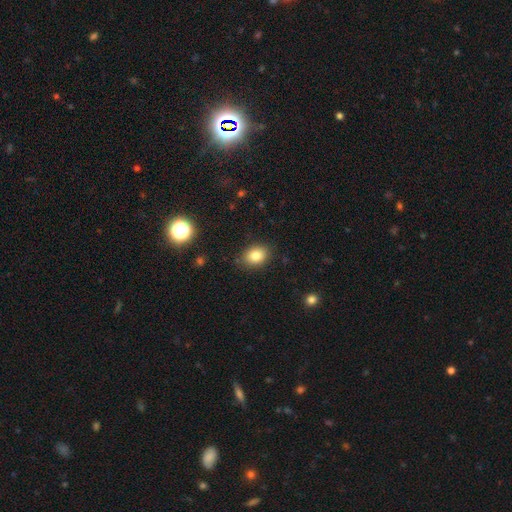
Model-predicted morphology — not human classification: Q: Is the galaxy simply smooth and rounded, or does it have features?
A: smooth — 83%.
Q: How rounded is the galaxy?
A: in between — 65%.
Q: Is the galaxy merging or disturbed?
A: none — 85%.